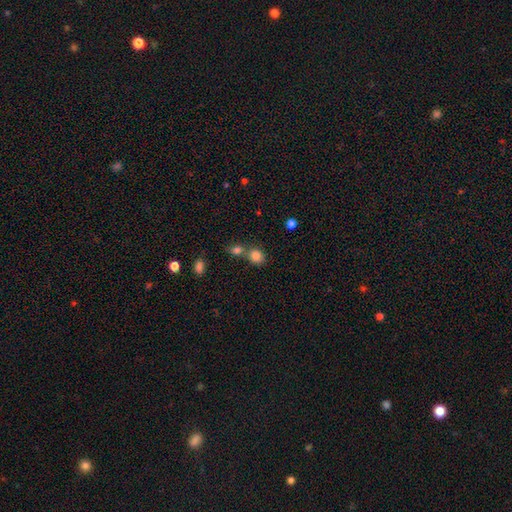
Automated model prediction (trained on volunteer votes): Smooth or featured: smooth — 82% (star or artifact — 11%)
How rounded: round — 74% (in between — 25%)
Merging: none — 54% (merger — 35%)